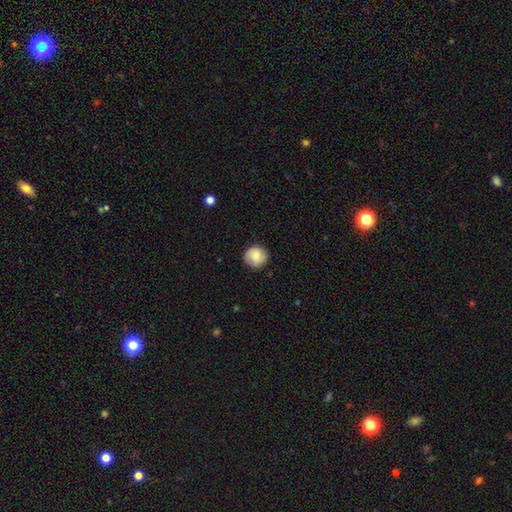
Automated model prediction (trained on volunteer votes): Q: Smooth or featured?
A: smooth (77%); runner-up: featured or disk (16%)
Q: How rounded?
A: round (91%); runner-up: in between (8%)
Q: Merging?
A: none (85%); runner-up: minor disturbance (11%)